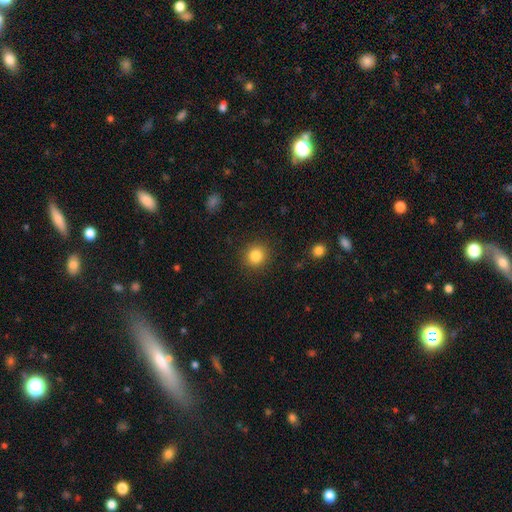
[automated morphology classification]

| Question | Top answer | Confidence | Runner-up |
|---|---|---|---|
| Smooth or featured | smooth | 84% | star or artifact (10%) |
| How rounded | round | 90% | in between (9%) |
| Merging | none | 90% | minor disturbance (6%) |